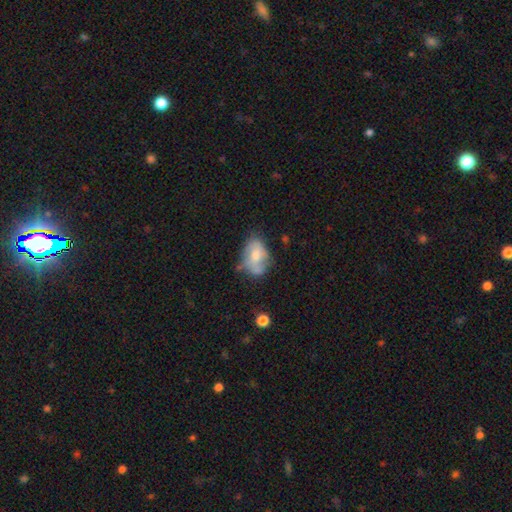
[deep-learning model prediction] smooth 54%, featured or disk 38%, star or artifact 8%. Down the decision tree: how rounded — in between (82%); merging — none (41%).